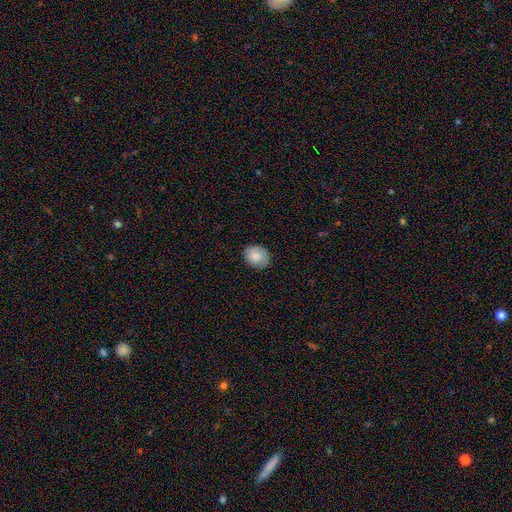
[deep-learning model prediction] A smooth galaxy with no disk features (85%) that is round (68%).

Vote fractions:
- Smooth or featured? smooth: 85% / featured or disk: 8% / star or artifact: 7%
- How rounded? round: 68% / in between: 32% / cigar-shaped: 1%
- Merging? none: 84% / minor disturbance: 13% / major disturbance: 2% / merger: 1%